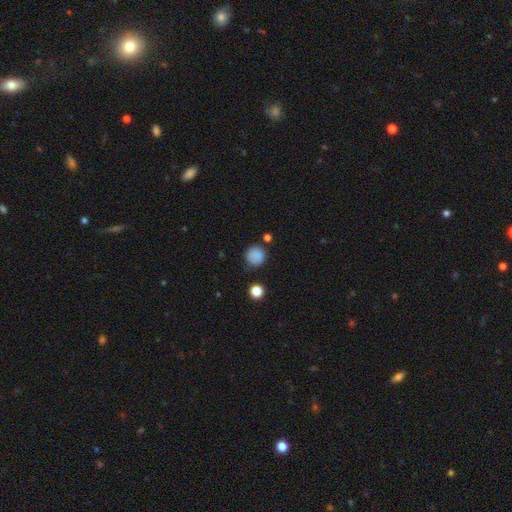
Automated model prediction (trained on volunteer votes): A smooth galaxy with no disk features (85%) that is round (91%).

Vote fractions:
- Smooth or featured? smooth: 85% / star or artifact: 11% / featured or disk: 5%
- How rounded? round: 91% / in between: 8% / cigar-shaped: 1%
- Merging? none: 79% / minor disturbance: 13% / merger: 4% / major disturbance: 4%